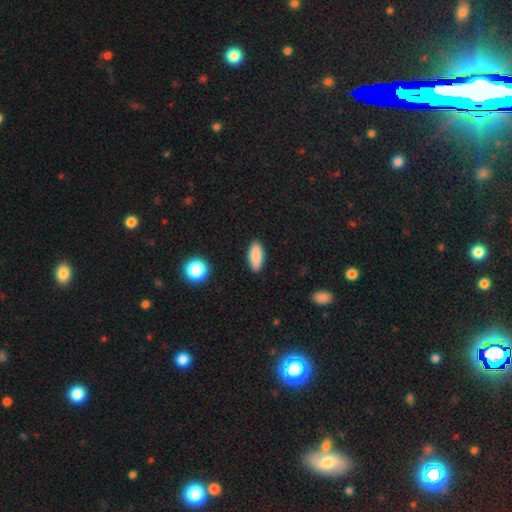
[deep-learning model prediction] smooth_or_featured: smooth (p=0.88) [alt: star or artifact p=0.07]
how_rounded: in between (p=0.76) [alt: cigar-shaped p=0.22]
merging: none (p=0.89) [alt: minor disturbance p=0.08]